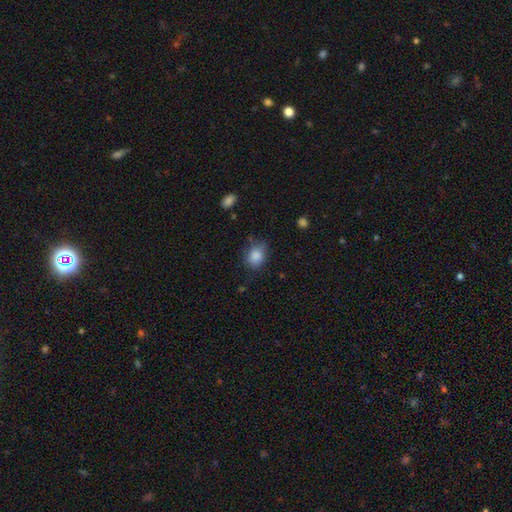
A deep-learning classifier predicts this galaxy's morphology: The model was most divided on "how rounded": in between: 54%, round: 45%, cigar-shaped: 1%. More confident: smooth or featured — smooth (86%); merging — none (65%).